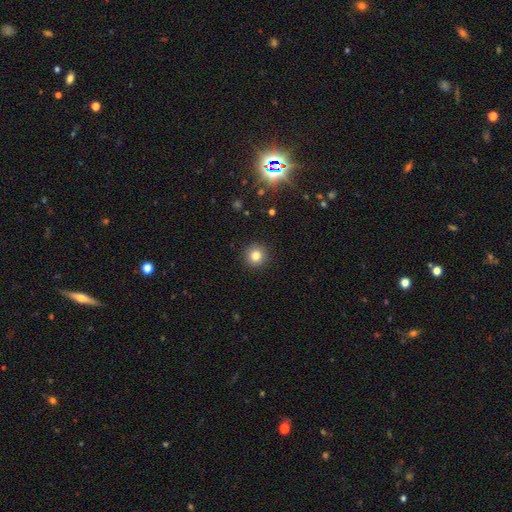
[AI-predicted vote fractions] smooth 81%, star or artifact 12%, featured or disk 7%. Down the decision tree: how rounded — round (95%); merging — none (92%).